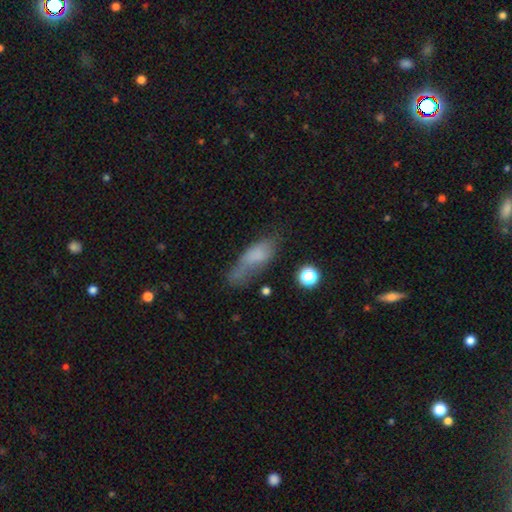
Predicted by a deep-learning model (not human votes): Smooth or featured: smooth — 69% (featured or disk — 20%)
How rounded: in between — 62% (cigar-shaped — 34%)
Merging: none — 41% (minor disturbance — 31%)